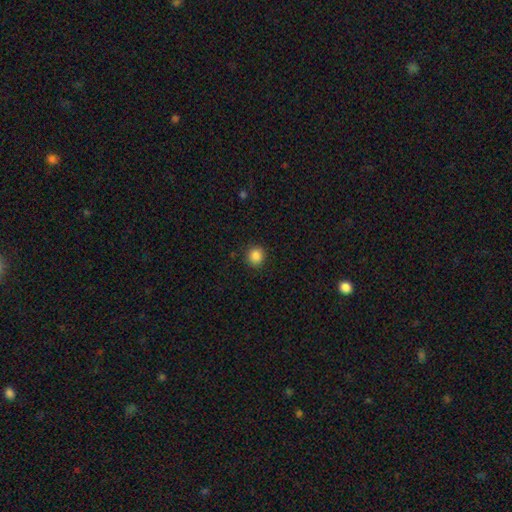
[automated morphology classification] Q: Smooth or featured?
A: smooth (87%); runner-up: star or artifact (10%)
Q: How rounded?
A: round (88%); runner-up: in between (11%)
Q: Merging?
A: none (91%); runner-up: minor disturbance (6%)